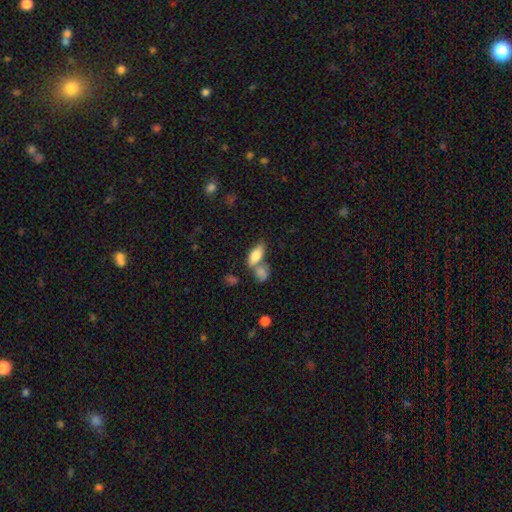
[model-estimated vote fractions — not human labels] smooth-or-featured: smooth: 79% | featured or disk: 14% | star or artifact: 8%
  how-rounded: in between: 84% | cigar-shaped: 11% | round: 5%
  merging: none: 43% | merger: 39% | minor disturbance: 12% | major disturbance: 6%